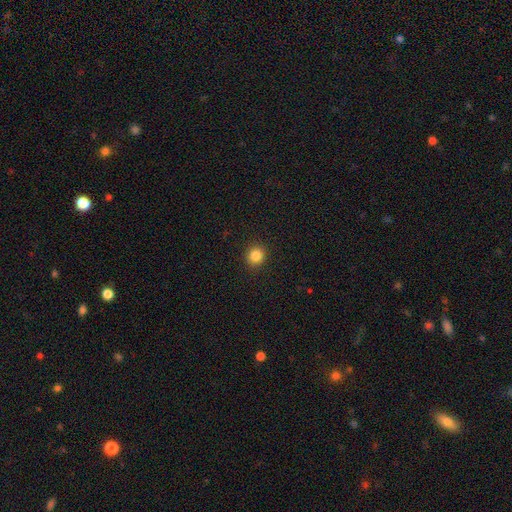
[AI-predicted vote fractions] The model was most divided on "smooth or featured": smooth: 84%, star or artifact: 11%, featured or disk: 4%. More confident: merging — none (92%); how rounded — round (90%).